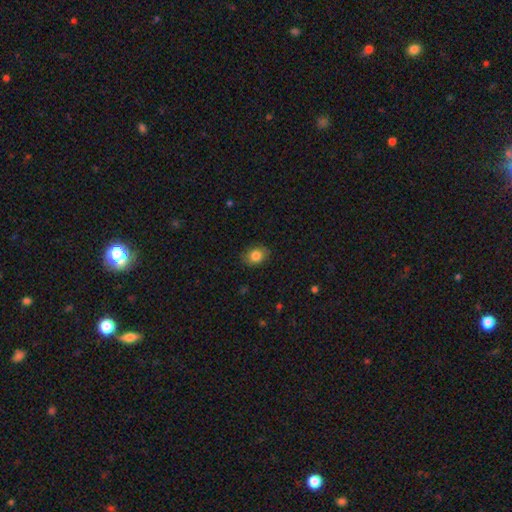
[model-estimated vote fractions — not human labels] The model was most divided on "how rounded": in between: 63%, round: 36%, cigar-shaped: 1%. More confident: merging — none (83%); smooth or featured — smooth (82%).